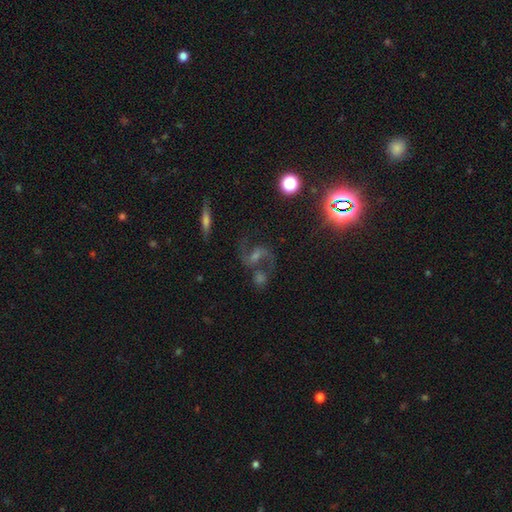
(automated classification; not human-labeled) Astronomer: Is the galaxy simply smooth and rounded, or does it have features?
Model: featured or disk — 42% (runner-up: star or artifact, 39%).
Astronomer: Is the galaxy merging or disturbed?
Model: none — 47% (runner-up: merger, 28%).